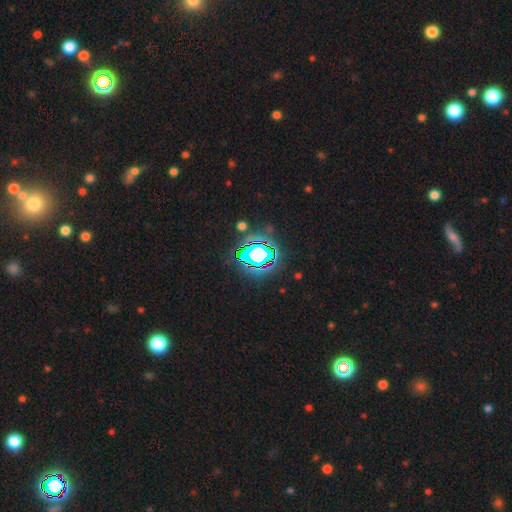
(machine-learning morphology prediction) Smooth or featured? Predicted: star or artifact (p=0.68).